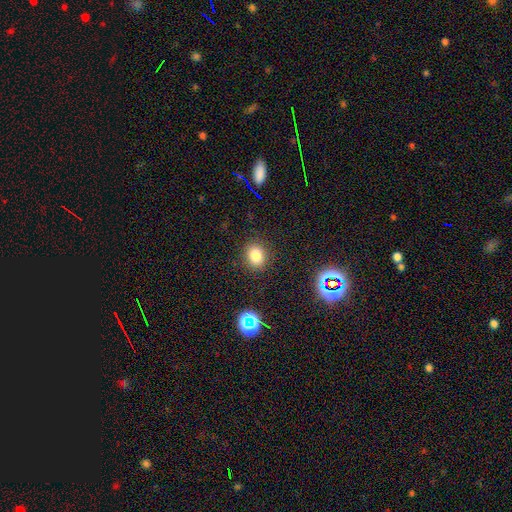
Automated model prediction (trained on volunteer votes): smooth_or_featured: smooth (p=0.80) [alt: star or artifact p=0.14]
how_rounded: round (p=0.56) [alt: in between p=0.43]
merging: none (p=0.87) [alt: minor disturbance p=0.09]